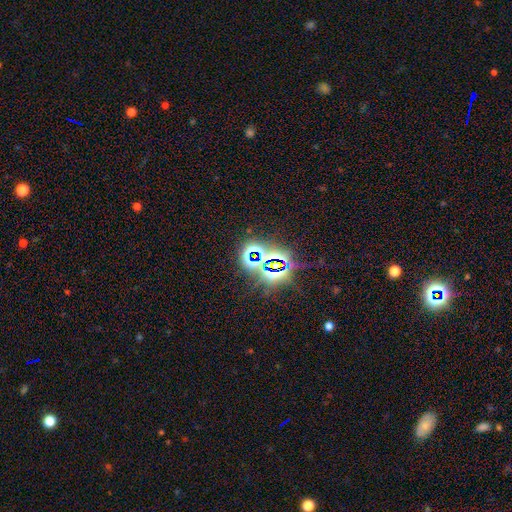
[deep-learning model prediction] star or artifact 80%, smooth 12%, featured or disk 8%.